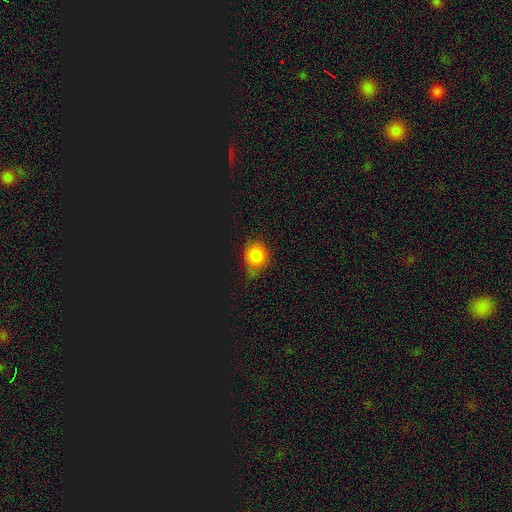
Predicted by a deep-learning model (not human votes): smooth-or-featured: smooth: 78% | star or artifact: 16% | featured or disk: 6%
  how-rounded: round: 68% | in between: 30% | cigar-shaped: 2%
  merging: none: 59% | minor disturbance: 31% | major disturbance: 7% | merger: 3%